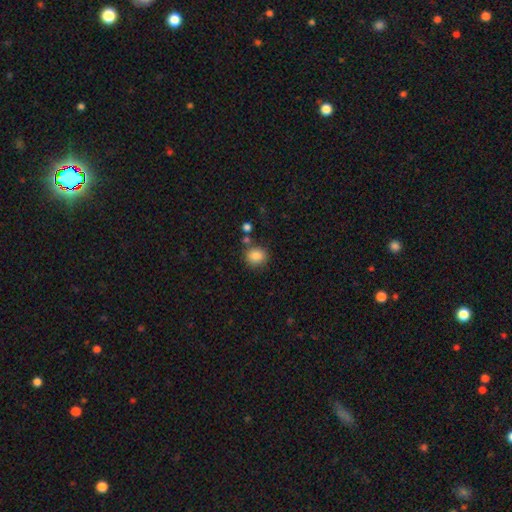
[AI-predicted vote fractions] A smooth galaxy with no disk features (85%) that is round (79%). Merging: none (79%).